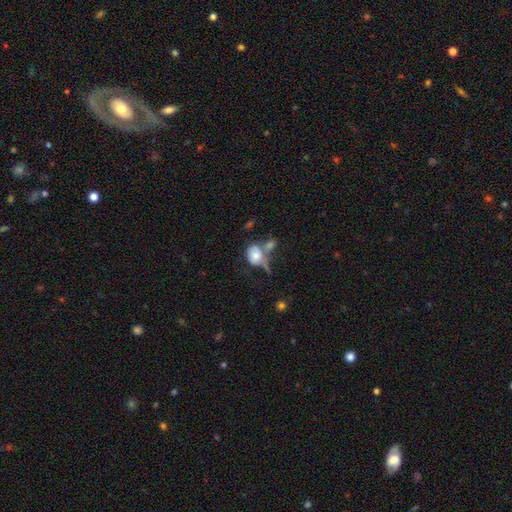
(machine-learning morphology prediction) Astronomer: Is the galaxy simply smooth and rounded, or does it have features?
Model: smooth — 69%.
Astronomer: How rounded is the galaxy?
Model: in between — 50% (runner-up: round, 48%).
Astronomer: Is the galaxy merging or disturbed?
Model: merger — 40% (runner-up: none, 24%).